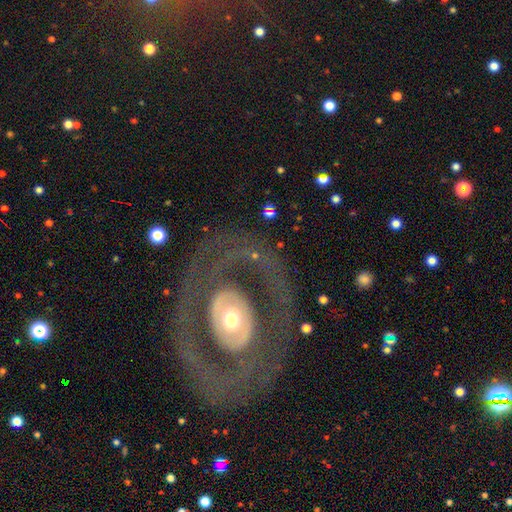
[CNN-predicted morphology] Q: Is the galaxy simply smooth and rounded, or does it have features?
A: featured or disk — 74%.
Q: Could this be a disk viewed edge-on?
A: no — 95%.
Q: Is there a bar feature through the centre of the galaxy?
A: no — 73%.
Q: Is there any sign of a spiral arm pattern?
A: no — 58%.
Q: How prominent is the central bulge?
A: moderate — 60%.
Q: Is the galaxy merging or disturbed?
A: none — 77%.